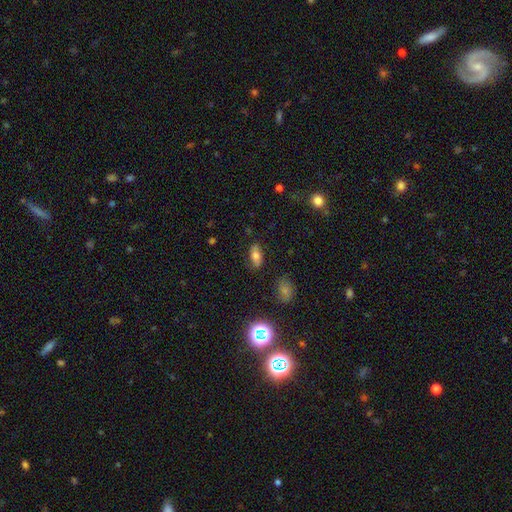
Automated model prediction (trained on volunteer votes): Smooth or featured? smooth (69%)
How rounded? in between (83%)
Merging? none (82%)